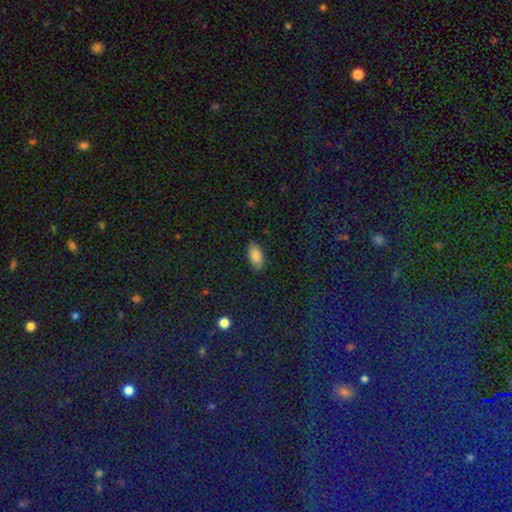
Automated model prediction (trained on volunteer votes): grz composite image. It shows a smooth galaxy with no disk features (86%) that is in between round and cigar-shaped (93%). Merging: none (86%).